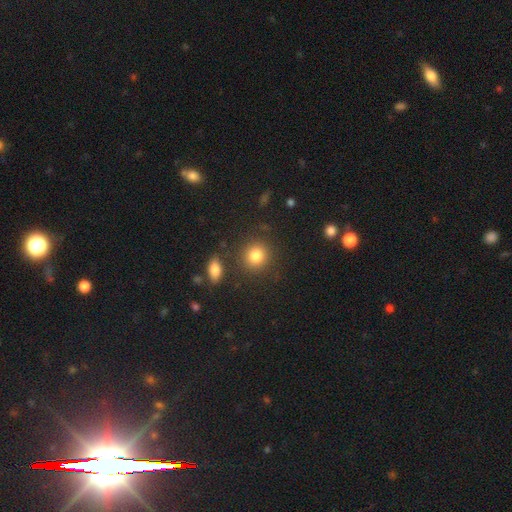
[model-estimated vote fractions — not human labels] Overall: smooth (83%). How rounded: round (84%). Merging: none (83%).